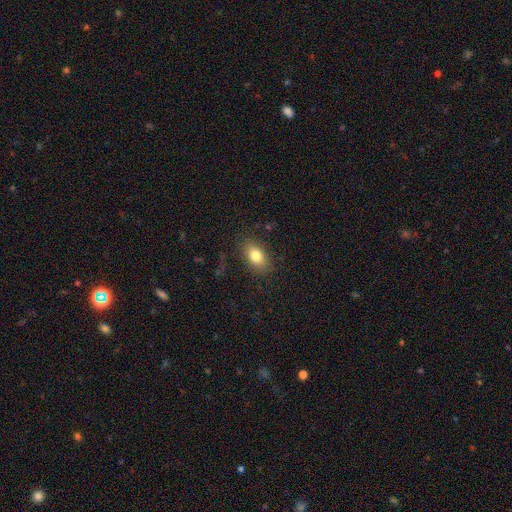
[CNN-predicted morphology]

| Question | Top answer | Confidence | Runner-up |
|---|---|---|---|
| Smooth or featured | smooth | 80% | featured or disk (11%) |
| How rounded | in between | 85% | round (12%) |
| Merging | none | 84% | minor disturbance (11%) |